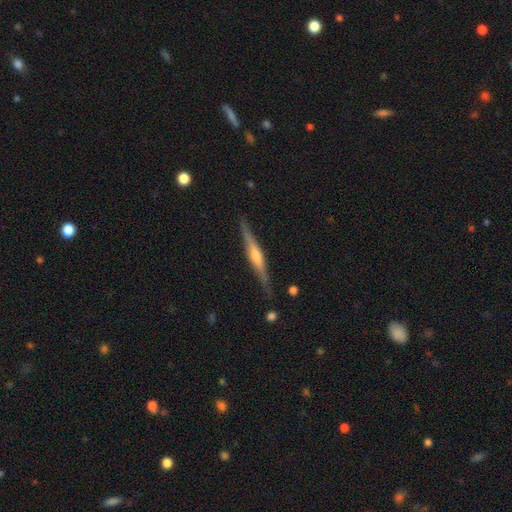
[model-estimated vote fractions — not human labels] Smooth or featured?
  - featured or disk: 75% *
  - smooth: 20%
  - star or artifact: 6%
Edge-on disk?
  - yes: 97% *
  - no: 3%
Edge-on bulge?
  - rounded: 76% *
  - boxy: 13%
  - none: 11%
Merging?
  - none: 85% *
  - minor disturbance: 11%
  - major disturbance: 2%
  - merger: 2%